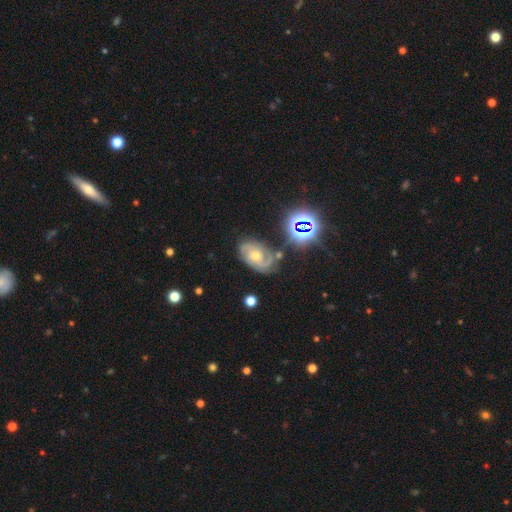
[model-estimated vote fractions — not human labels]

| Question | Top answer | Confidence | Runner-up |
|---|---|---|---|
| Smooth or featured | featured or disk | 67% | star or artifact (20%) |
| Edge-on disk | no | 96% | yes (4%) |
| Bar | no | 64% | weak (29%) |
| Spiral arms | yes | 92% | no (8%) |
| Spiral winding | tight | 53% | medium (37%) |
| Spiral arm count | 2 | 48% | can't tell (23%) |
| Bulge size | moderate | 60% | small (35%) |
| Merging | none | 69% | minor disturbance (19%) |